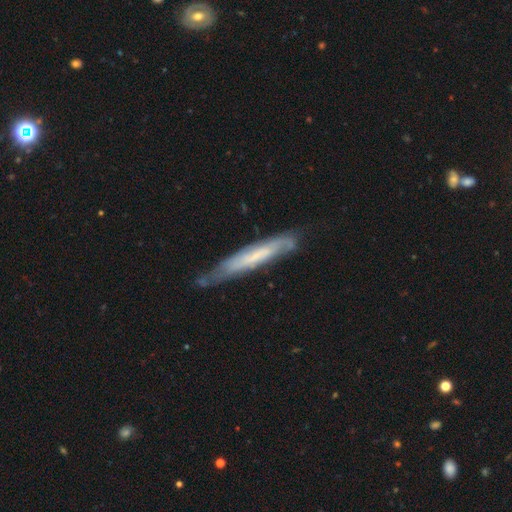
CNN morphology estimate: smooth_or_featured: featured or disk (p=0.56) [alt: smooth p=0.38]
disk_edge_on: yes (p=0.68) [alt: no p=0.32]
merging: none (p=0.65) [alt: minor disturbance p=0.26]